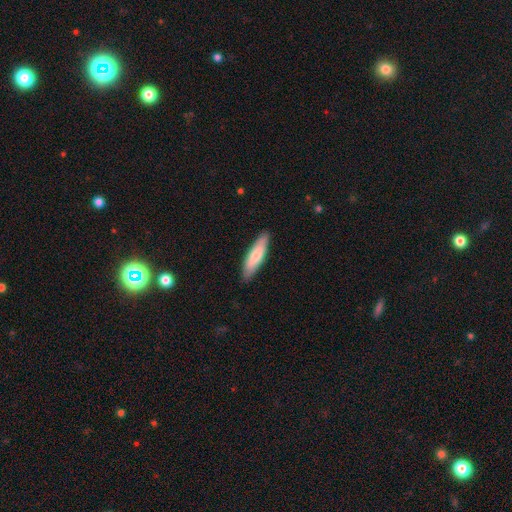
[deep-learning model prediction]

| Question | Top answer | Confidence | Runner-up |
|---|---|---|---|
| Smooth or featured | smooth | 72% | featured or disk (23%) |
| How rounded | cigar-shaped | 65% | in between (33%) |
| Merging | none | 86% | minor disturbance (11%) |